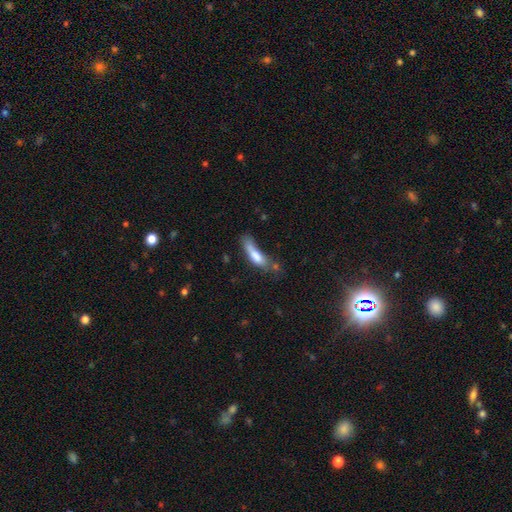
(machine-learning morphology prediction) smooth-or-featured: smooth: 72% | featured or disk: 20% | star or artifact: 8%
  how-rounded: cigar-shaped: 66% | in between: 32% | round: 2%
  merging: none: 33% | minor disturbance: 28% | major disturbance: 23% | merger: 16%